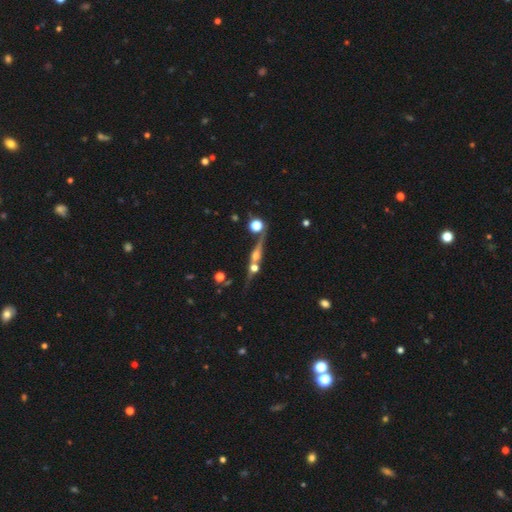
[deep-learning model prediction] smooth_or_featured: featured or disk (p=0.70) [alt: smooth p=0.18]
disk_edge_on: yes (p=0.90) [alt: no p=0.10]
edge_on_bulge: rounded (p=0.90) [alt: boxy p=0.05]
merging: none (p=0.59) [alt: merger p=0.25]